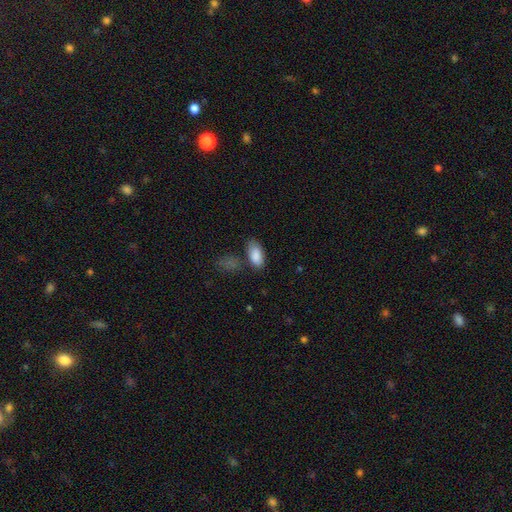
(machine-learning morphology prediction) Smooth or featured?
  - smooth: 88% *
  - star or artifact: 7%
  - featured or disk: 6%
How rounded?
  - in between: 92% *
  - cigar-shaped: 5%
  - round: 3%
Merging?
  - none: 66% *
  - minor disturbance: 20%
  - merger: 9%
  - major disturbance: 5%